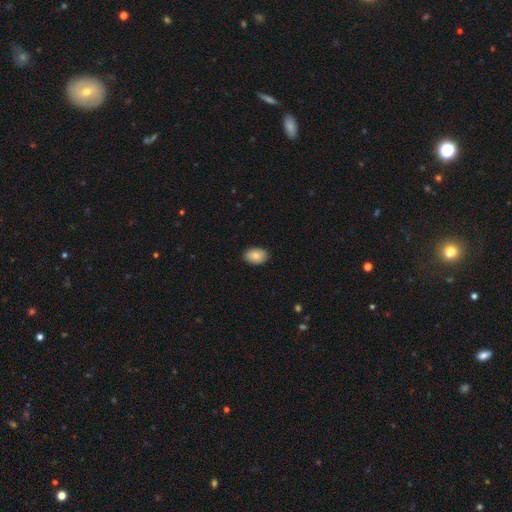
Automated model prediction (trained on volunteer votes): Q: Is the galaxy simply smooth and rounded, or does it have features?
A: smooth — 84%.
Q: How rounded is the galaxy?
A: in between — 85%.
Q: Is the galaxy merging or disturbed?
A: none — 89%.